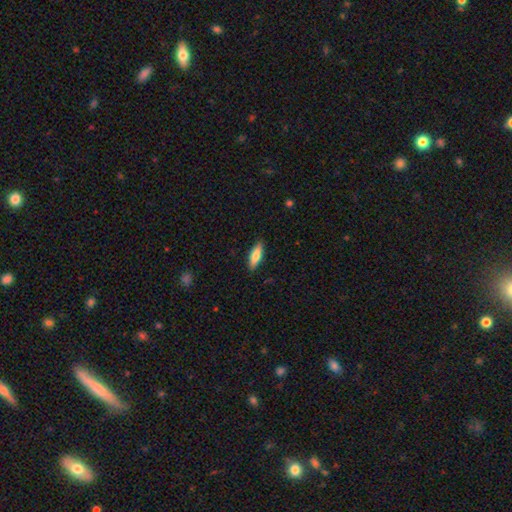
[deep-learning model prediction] Morphology: type=smooth (75%); roundness=in between (49%, tied with cigar-shaped); merging=none (89%).